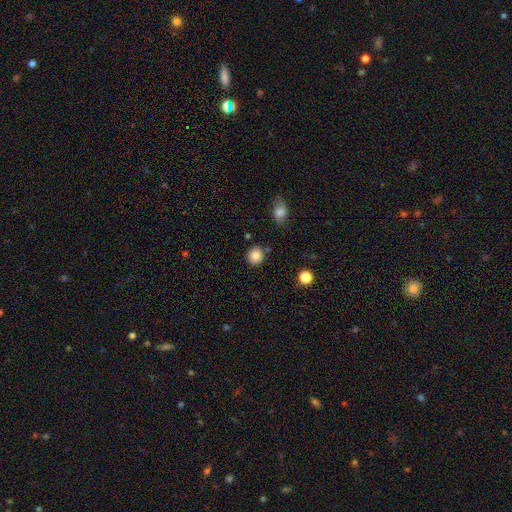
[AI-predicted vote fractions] smooth-or-featured: smooth: 85% | star or artifact: 10% | featured or disk: 5%
  how-rounded: round: 86% | in between: 13% | cigar-shaped: 1%
  merging: none: 84% | minor disturbance: 9% | merger: 4% | major disturbance: 3%